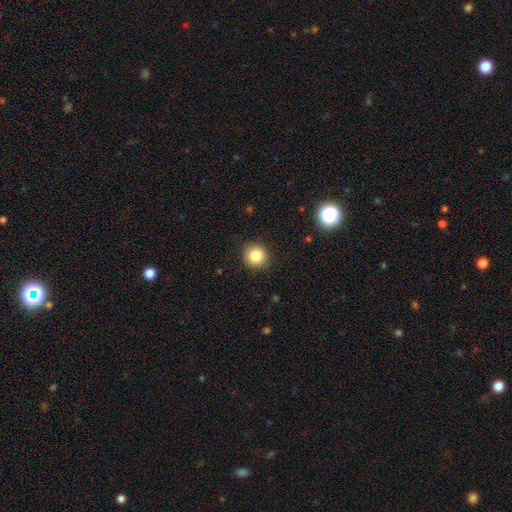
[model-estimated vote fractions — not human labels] Morphology: type=smooth (83%); roundness=round (91%); merging=none (90%).